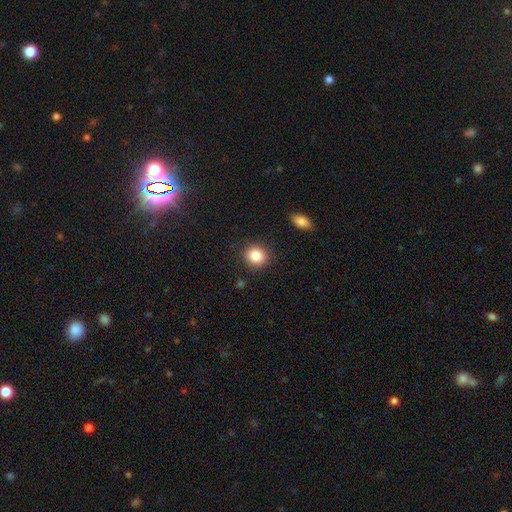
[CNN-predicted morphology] A smooth galaxy with no disk features (85%) that is round (83%).

Vote fractions:
- Smooth or featured? smooth: 85% / star or artifact: 9% / featured or disk: 6%
- How rounded? round: 83% / in between: 16% / cigar-shaped: 1%
- Merging? none: 87% / minor disturbance: 8% / major disturbance: 3% / merger: 2%